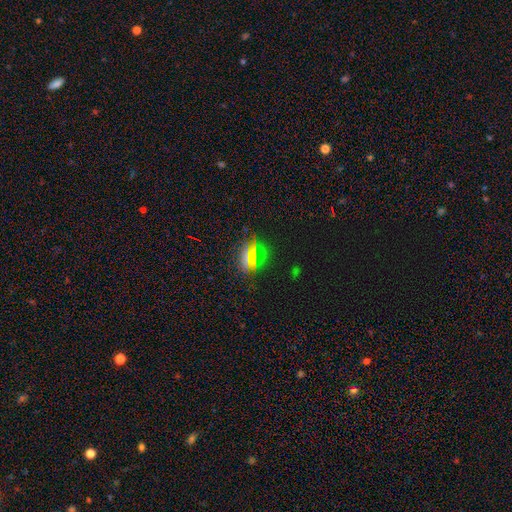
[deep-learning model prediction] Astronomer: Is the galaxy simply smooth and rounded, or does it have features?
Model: smooth — 54% (runner-up: star or artifact, 36%).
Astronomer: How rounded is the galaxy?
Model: in between — 54% (runner-up: round, 38%).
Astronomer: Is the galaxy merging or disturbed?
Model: none — 81%.